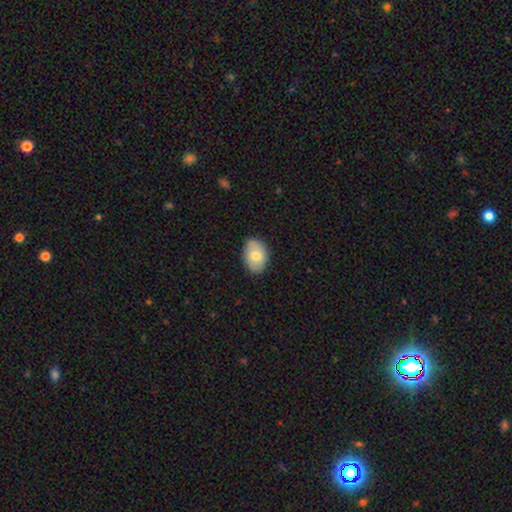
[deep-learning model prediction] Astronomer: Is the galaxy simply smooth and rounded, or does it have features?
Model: smooth — 73%.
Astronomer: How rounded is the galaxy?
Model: in between — 82%.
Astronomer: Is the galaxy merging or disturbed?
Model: none — 83%.